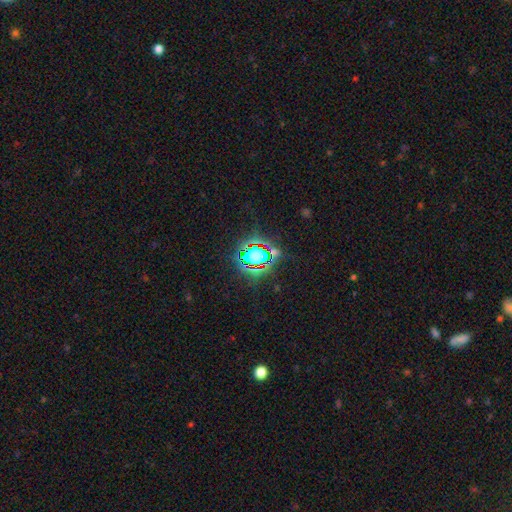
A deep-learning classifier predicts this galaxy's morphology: The model was most divided on "smooth or featured": star or artifact: 65%, smooth: 22%, featured or disk: 13%.